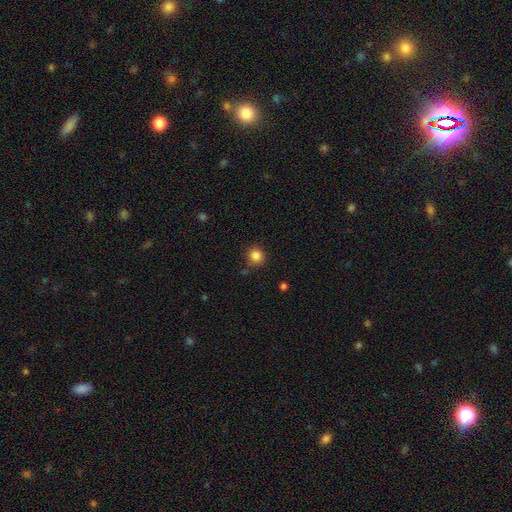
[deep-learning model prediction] Smooth or featured? smooth (86%)
How rounded? round (92%)
Merging? none (82%)